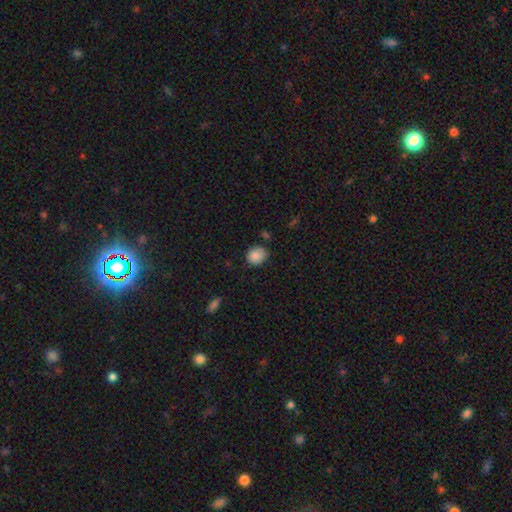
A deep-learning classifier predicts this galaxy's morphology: Smooth or featured? Predicted: smooth (p=0.86). How rounded? Predicted: round (p=0.61). Merging? Predicted: none (p=0.68).